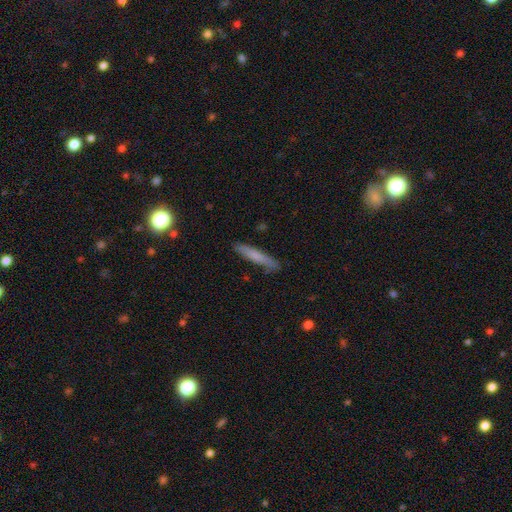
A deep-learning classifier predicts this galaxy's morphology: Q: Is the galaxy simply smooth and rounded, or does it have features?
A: smooth — 67%.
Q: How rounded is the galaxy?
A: cigar-shaped — 94%.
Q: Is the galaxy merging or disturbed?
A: none — 86%.